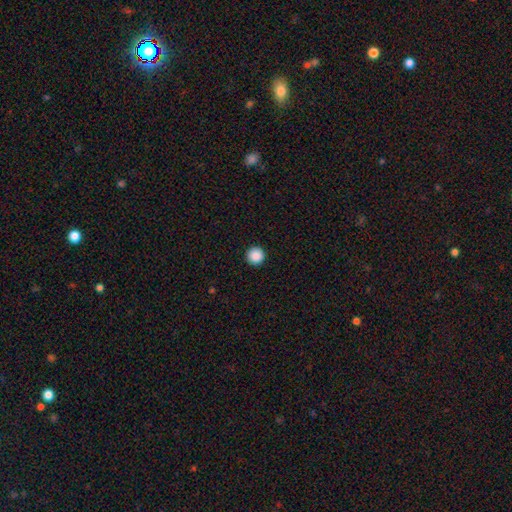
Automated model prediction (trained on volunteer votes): Overall: smooth (89%). How rounded: round (97%). Merging: none (94%).